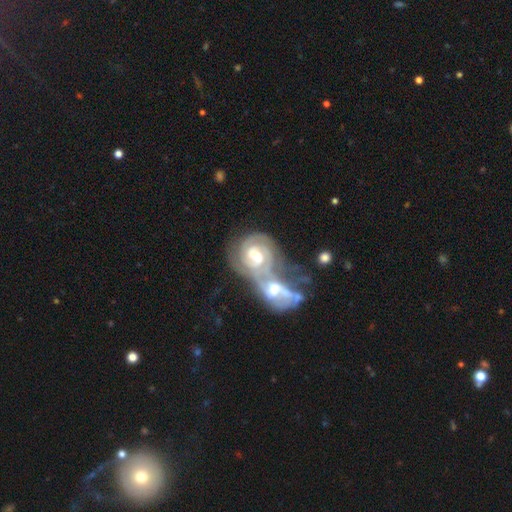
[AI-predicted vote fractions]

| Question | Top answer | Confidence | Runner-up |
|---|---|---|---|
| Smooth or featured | featured or disk | 83% | smooth (12%) |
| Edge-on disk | no | 97% | yes (3%) |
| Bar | weak | 47% | no (33%) |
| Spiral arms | yes | 92% | no (8%) |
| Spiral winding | tight | 59% | medium (32%) |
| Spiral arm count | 2 | 60% | can't tell (22%) |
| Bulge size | moderate | 69% | small (19%) |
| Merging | merger | 80% | none (11%) |